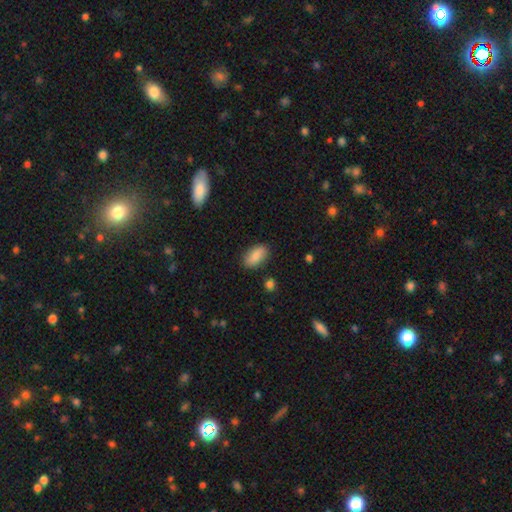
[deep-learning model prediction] This is clearly a smooth galaxy (84%). How rounded: clearly in between (92%). Merging: clearly none (84%).